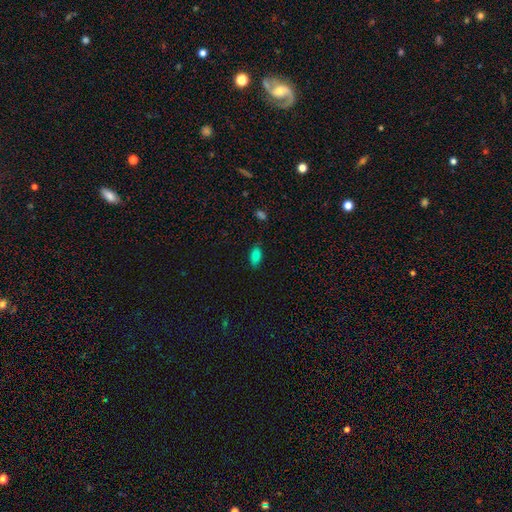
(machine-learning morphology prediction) Smooth or featured? Predicted: smooth (p=0.84). How rounded? Predicted: in between (p=0.91). Merging? Predicted: none (p=0.81).